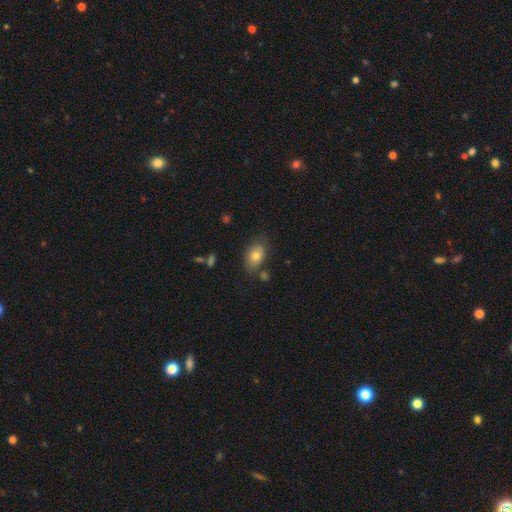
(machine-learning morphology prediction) A smooth galaxy with no disk features (77%) that is in between round and cigar-shaped (82%). Merging: none (71%).